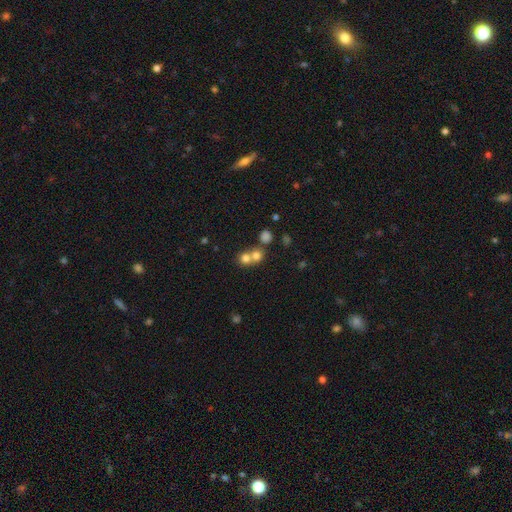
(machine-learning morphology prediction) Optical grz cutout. It shows a smooth galaxy with no disk features (74%) that is round (84%). Merging: merger (54%).